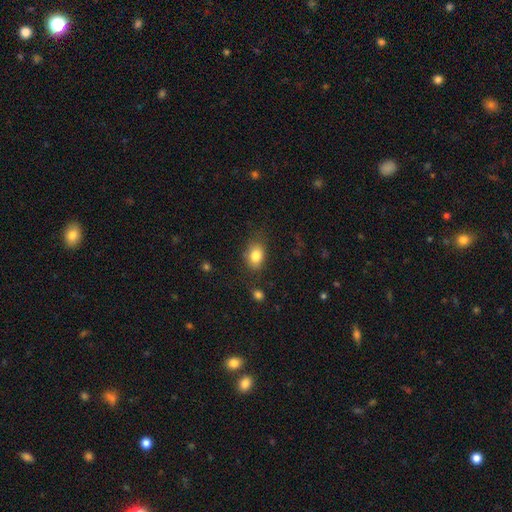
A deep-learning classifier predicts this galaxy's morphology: Q: Smooth or featured?
A: smooth (82%); runner-up: star or artifact (9%)
Q: How rounded?
A: in between (73%); runner-up: round (26%)
Q: Merging?
A: none (75%); runner-up: minor disturbance (17%)